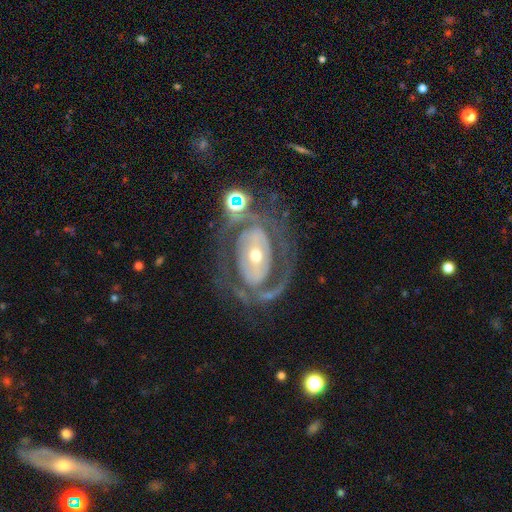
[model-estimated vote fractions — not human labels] Smooth or featured: featured or disk — 80% (smooth — 13%)
Edge-on disk: no — 95% (yes — 5%)
Bar: no — 61% (weak — 22%)
Spiral arms: yes — 61% (no — 39%)
Bulge size: small — 48% (moderate — 45%)
Merging: none — 62% (major disturbance — 17%)